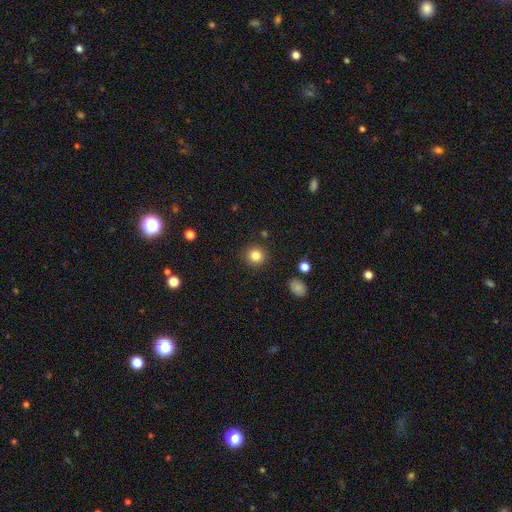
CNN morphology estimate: Smooth or featured: smooth — 84% (star or artifact — 11%)
How rounded: round — 93% (in between — 7%)
Merging: none — 90% (minor disturbance — 6%)